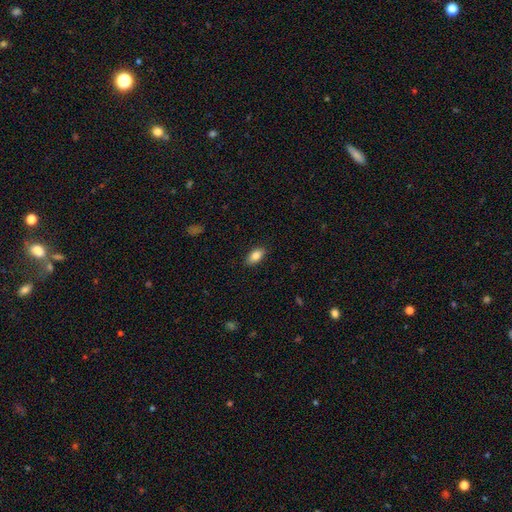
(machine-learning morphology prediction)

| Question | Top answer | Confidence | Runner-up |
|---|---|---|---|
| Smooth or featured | smooth | 85% | featured or disk (7%) |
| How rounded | in between | 91% | cigar-shaped (5%) |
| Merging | none | 87% | minor disturbance (10%) |